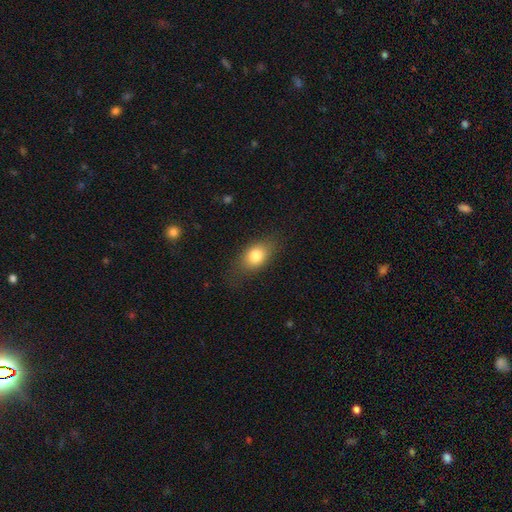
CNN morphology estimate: smooth-or-featured: smooth: 80% | featured or disk: 12% | star or artifact: 8%
  how-rounded: in between: 77% | round: 19% | cigar-shaped: 4%
  merging: none: 74% | minor disturbance: 18% | major disturbance: 7% | merger: 1%